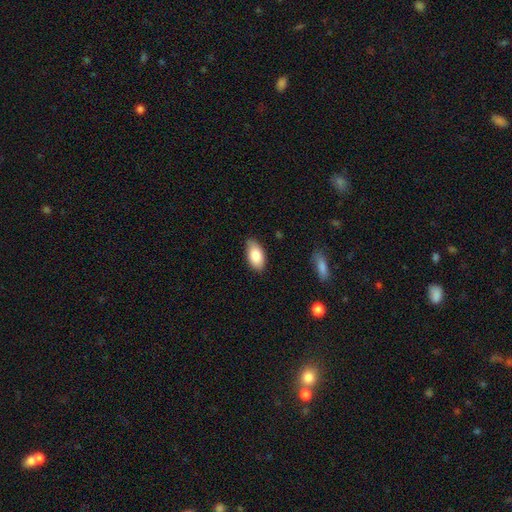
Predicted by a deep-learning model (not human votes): smooth_or_featured: smooth (p=0.85) [alt: featured or disk p=0.08]
how_rounded: in between (p=0.94) [alt: cigar-shaped p=0.03]
merging: none (p=0.81) [alt: minor disturbance p=0.16]